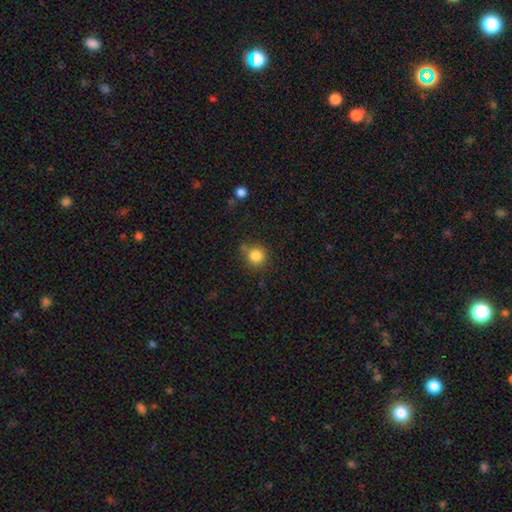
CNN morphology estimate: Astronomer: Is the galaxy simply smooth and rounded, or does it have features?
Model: smooth — 84%.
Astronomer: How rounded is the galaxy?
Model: round — 90%.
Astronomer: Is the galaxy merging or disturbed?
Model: none — 71%.